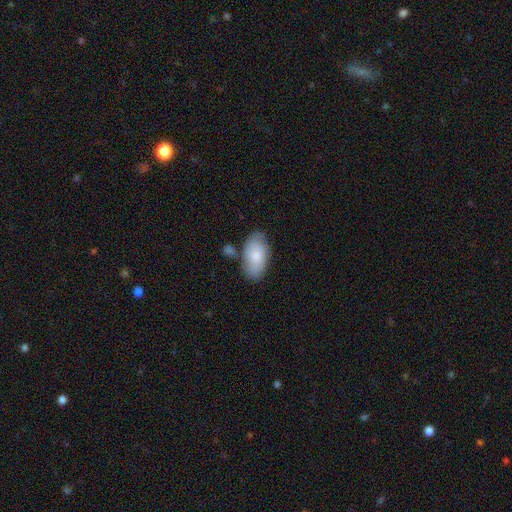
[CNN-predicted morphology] The model was most divided on "merging": none: 66%, minor disturbance: 20%, merger: 9%, major disturbance: 5%. More confident: how rounded — in between (94%); smooth or featured — smooth (72%).